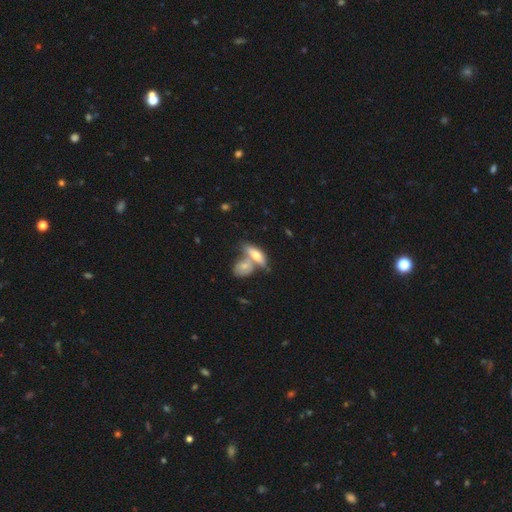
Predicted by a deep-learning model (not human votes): A smooth galaxy with no disk features (56%) that is in between round and cigar-shaped (62%).

Vote fractions:
- Smooth or featured? smooth: 56% / featured or disk: 37% / star or artifact: 7%
- How rounded? in between: 62% / cigar-shaped: 33% / round: 4%
- Merging? merger: 49% / none: 38% / minor disturbance: 9% / major disturbance: 4%